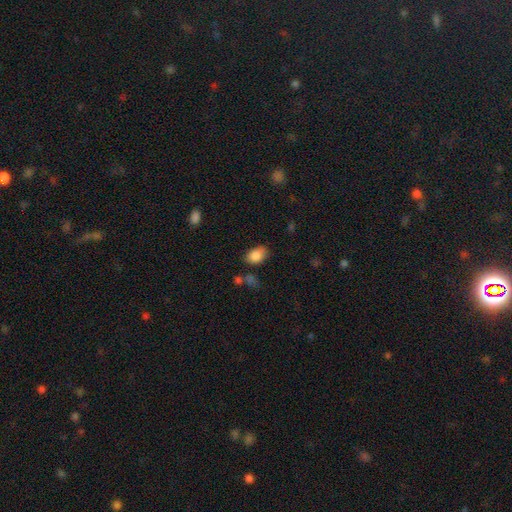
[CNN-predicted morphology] smooth_or_featured: smooth (p=0.86) [alt: star or artifact p=0.08]
how_rounded: in between (p=0.87) [alt: round p=0.12]
merging: none (p=0.70) [alt: minor disturbance p=0.19]